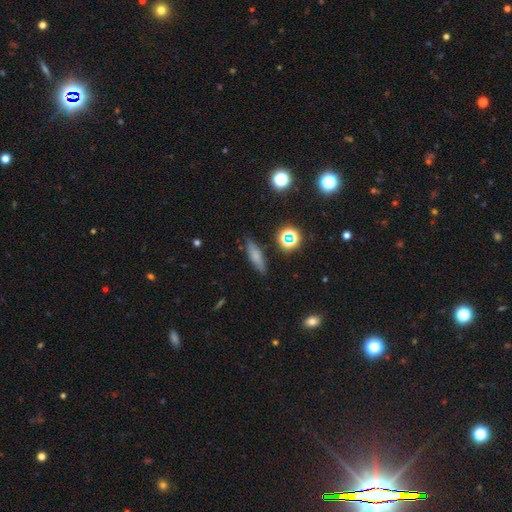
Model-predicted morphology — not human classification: smooth_or_featured: smooth (p=0.67) [alt: featured or disk p=0.20]
how_rounded: cigar-shaped (p=0.64) [alt: in between p=0.31]
merging: none (p=0.83) [alt: minor disturbance p=0.12]